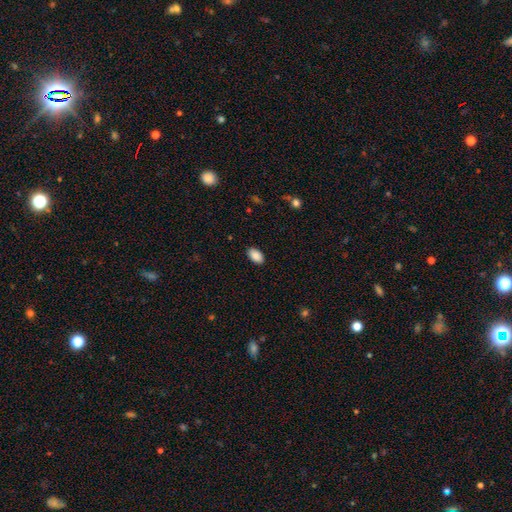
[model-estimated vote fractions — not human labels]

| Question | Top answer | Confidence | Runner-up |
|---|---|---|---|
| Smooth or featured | smooth | 89% | star or artifact (7%) |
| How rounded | in between | 93% | round (5%) |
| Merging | none | 88% | minor disturbance (9%) |